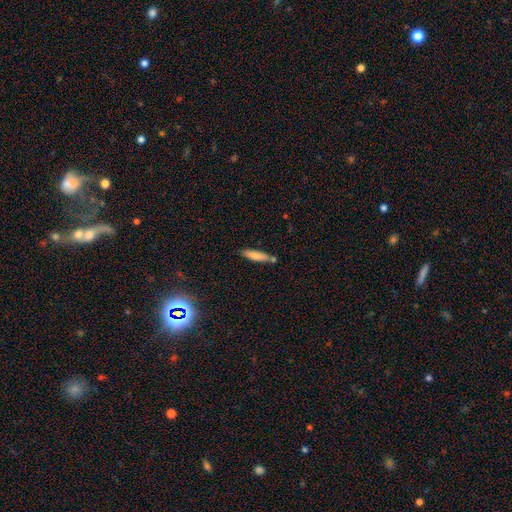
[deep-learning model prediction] The model was most divided on "how rounded": cigar-shaped: 76%, in between: 23%, round: 2%. More confident: smooth or featured — smooth (80%); merging — none (71%).